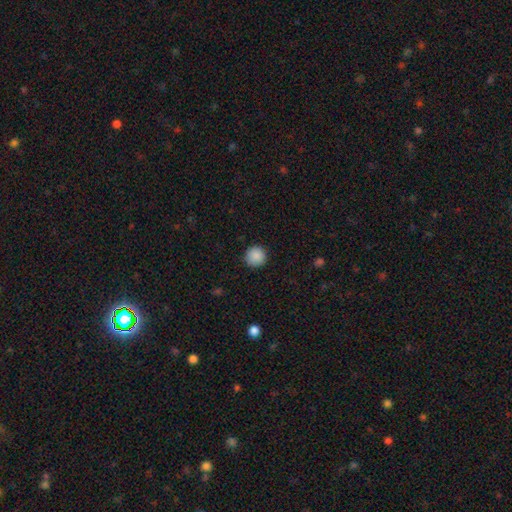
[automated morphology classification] The model was most divided on "smooth or featured": smooth: 88%, star or artifact: 9%, featured or disk: 3%. More confident: how rounded — round (95%); merging — none (91%).